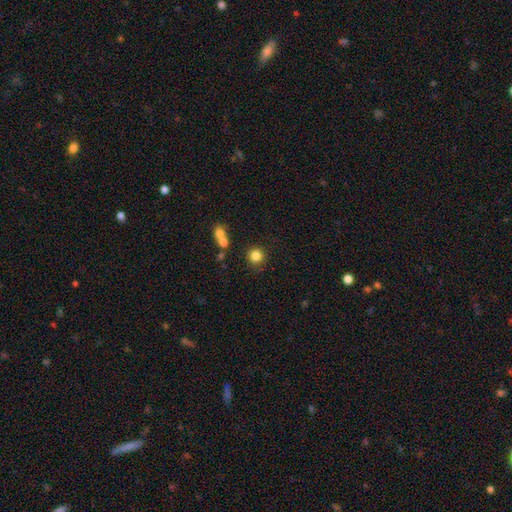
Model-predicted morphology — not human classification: A smooth galaxy with no disk features (83%) that is round (92%). Merging: none (80%).